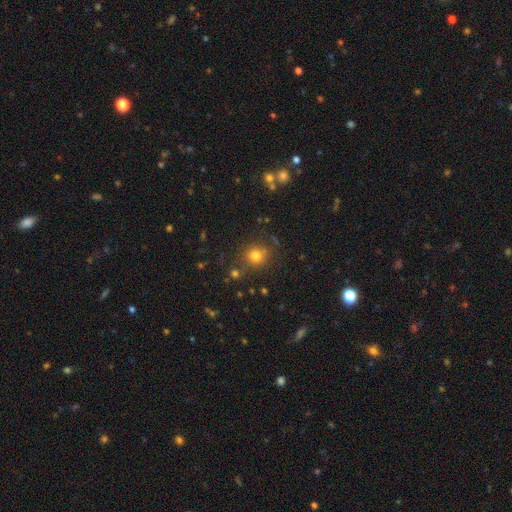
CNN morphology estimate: A smooth galaxy with no disk features (77%) that is round (90%). Merging: none (81%).